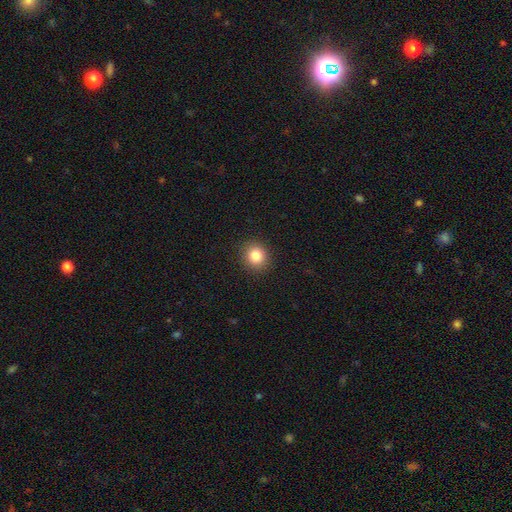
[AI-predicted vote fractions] This is clearly a smooth galaxy (83%). How rounded: clearly round (84%). Merging: clearly none (91%).